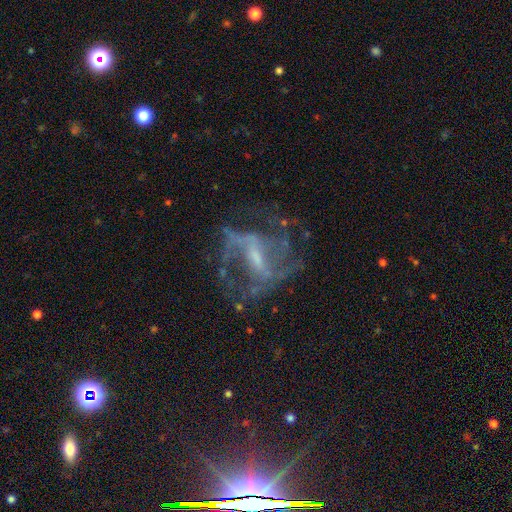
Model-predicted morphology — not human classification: smooth_or_featured: featured or disk (p=0.82) [alt: star or artifact p=0.10]
disk_edge_on: no (p=0.96) [alt: yes p=0.04]
bar: weak (p=0.47) [alt: strong p=0.35]
has_spiral_arms: yes (p=0.85) [alt: no p=0.15]
spiral_winding: medium (p=0.45) [alt: loose p=0.40]
spiral_arm_count: 2 (p=0.55) [alt: can't tell p=0.21]
bulge_size: small (p=0.48) [alt: moderate p=0.30]
merging: none (p=0.56) [alt: major disturbance p=0.25]